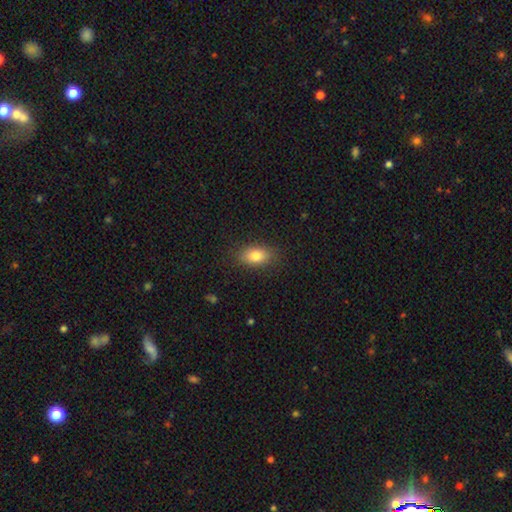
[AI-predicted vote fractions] Overall: smooth (81%). How rounded: in between (86%). Merging: none (85%).